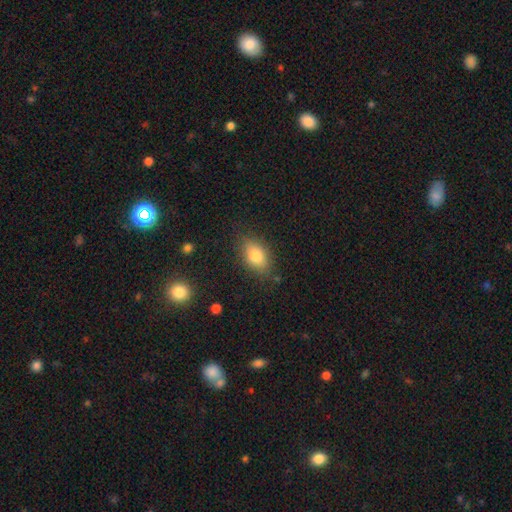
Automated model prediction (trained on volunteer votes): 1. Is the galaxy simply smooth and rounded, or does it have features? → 78% smooth, 13% featured or disk, 9% star or artifact.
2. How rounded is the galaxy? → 82% in between, 15% round, 3% cigar-shaped.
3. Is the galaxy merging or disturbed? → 82% none, 13% minor disturbance, 3% major disturbance, 1% merger.